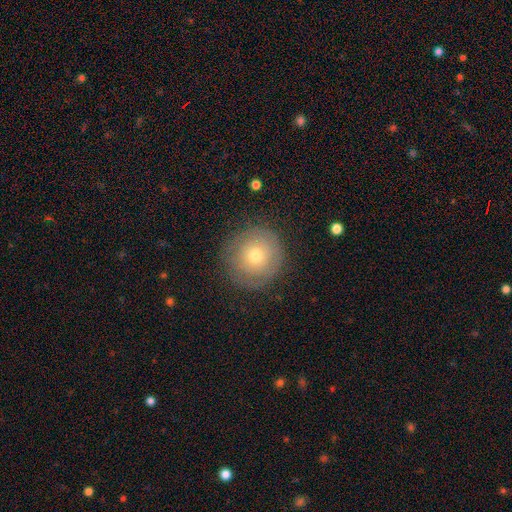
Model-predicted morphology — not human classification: Overall: smooth (62%; featured or disk 28%). How rounded: round (95%). Merging: none (83%).